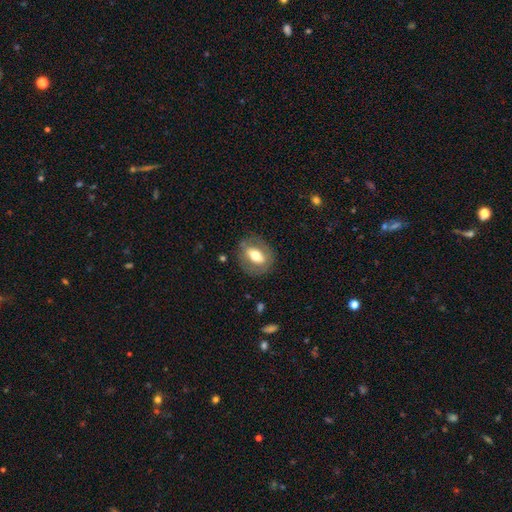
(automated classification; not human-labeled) Morphology: type=smooth (49%); merging=none (79%).